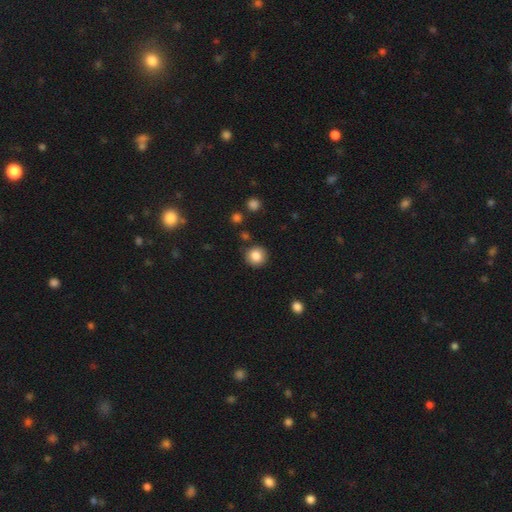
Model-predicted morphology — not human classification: smooth 84%, star or artifact 10%, featured or disk 6%. Down the decision tree: how rounded — round (91%); merging — none (88%).